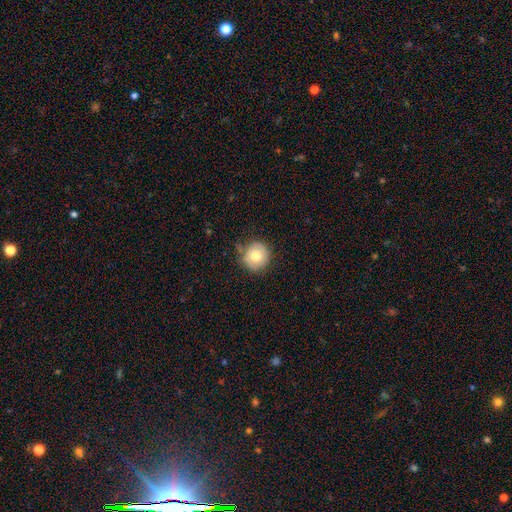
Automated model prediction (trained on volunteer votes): Morphology: type=smooth (73%); roundness=round (92%); merging=none (78%).